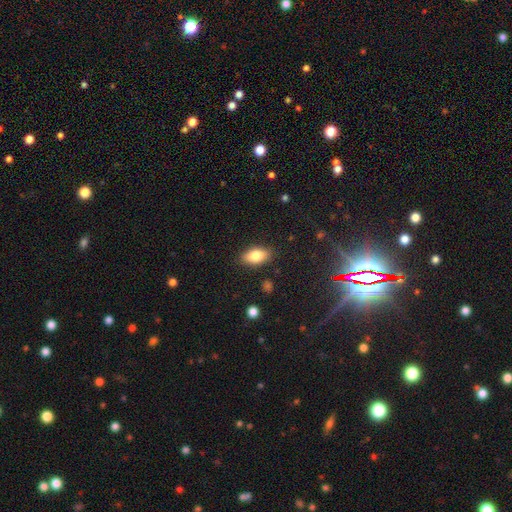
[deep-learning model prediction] A smooth galaxy with no disk features (80%) that is in between round and cigar-shaped (88%). Merging: none (86%).